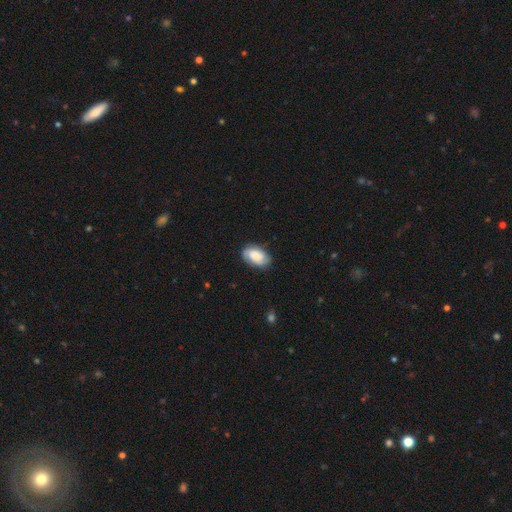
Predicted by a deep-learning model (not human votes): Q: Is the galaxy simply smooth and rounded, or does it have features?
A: smooth — 57%.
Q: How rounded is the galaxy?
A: in between — 92%.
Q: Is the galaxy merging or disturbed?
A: none — 77%.